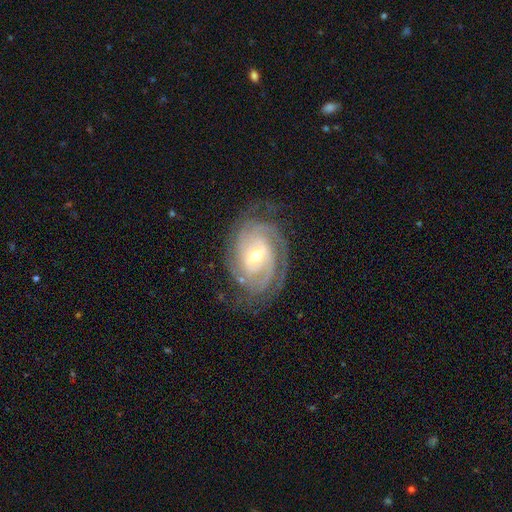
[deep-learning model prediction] Smooth or featured? featured or disk (90%)
Edge-on disk? no (97%)
Bar? weak (50%)
Spiral arms? yes (97%)
Spiral winding? tight (71%)
Spiral arm count? 2 (29%)
Bulge size? moderate (54%)
Merging? none (73%)